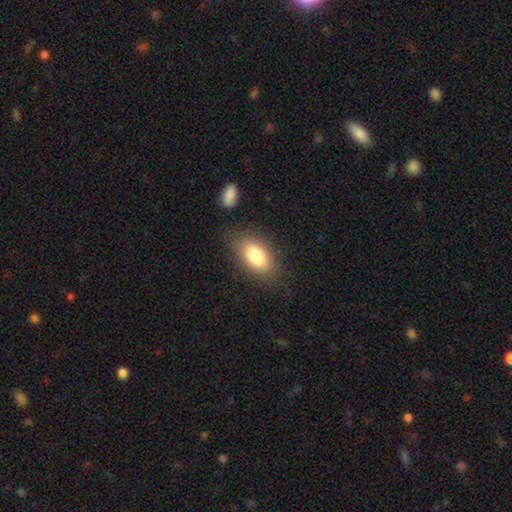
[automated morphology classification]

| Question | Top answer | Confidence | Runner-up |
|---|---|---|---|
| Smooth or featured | smooth | 81% | featured or disk (11%) |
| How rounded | in between | 91% | round (7%) |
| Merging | none | 78% | minor disturbance (14%) |